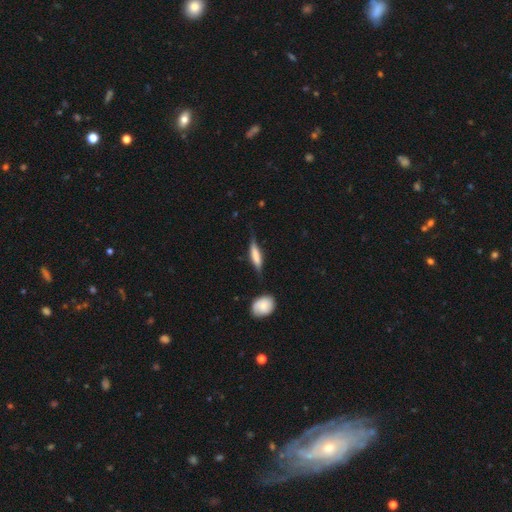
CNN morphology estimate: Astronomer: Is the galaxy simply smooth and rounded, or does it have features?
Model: smooth — 58% (runner-up: featured or disk, 36%).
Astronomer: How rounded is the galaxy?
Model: cigar-shaped — 74%.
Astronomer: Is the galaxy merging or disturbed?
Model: none — 60%.